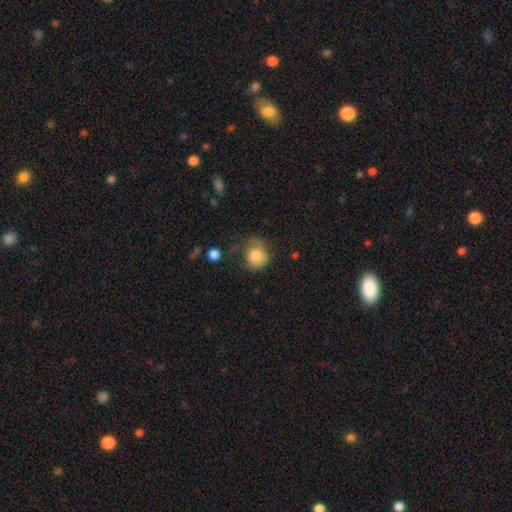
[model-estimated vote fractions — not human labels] Smooth or featured?
  - smooth: 81% *
  - featured or disk: 10%
  - star or artifact: 9%
How rounded?
  - round: 79% *
  - in between: 20%
  - cigar-shaped: 1%
Merging?
  - none: 51% *
  - minor disturbance: 30%
  - major disturbance: 17%
  - merger: 3%